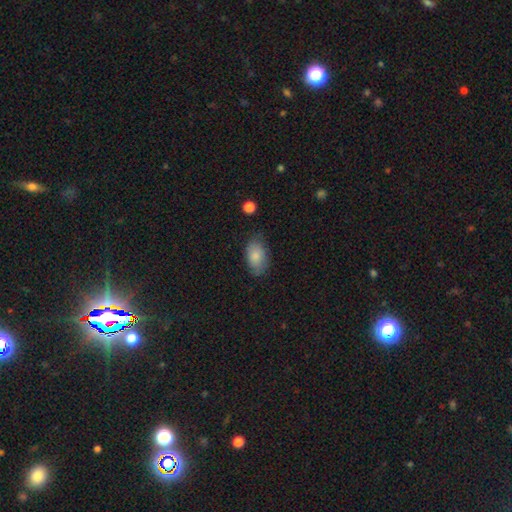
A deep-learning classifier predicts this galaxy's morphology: Smooth or featured: smooth — 82% (featured or disk — 11%)
How rounded: in between — 90% (round — 8%)
Merging: none — 69% (minor disturbance — 24%)